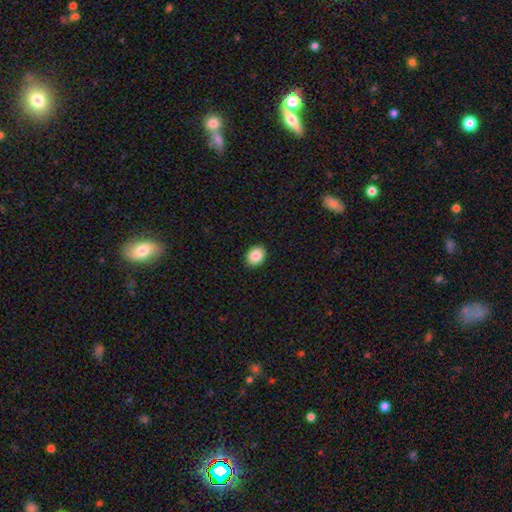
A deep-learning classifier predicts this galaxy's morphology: type=smooth (88%); roundness=in between (57%); merging=none (91%).